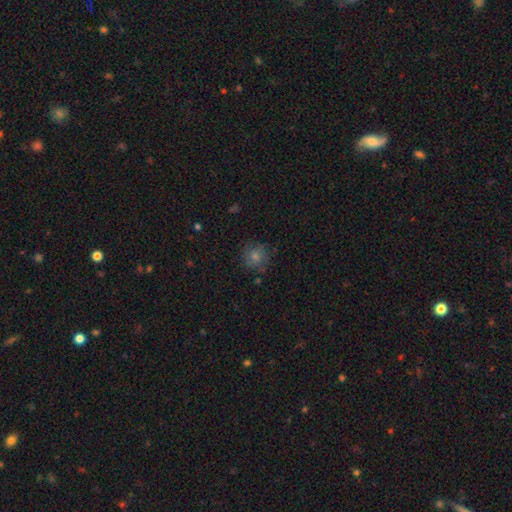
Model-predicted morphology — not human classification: type=smooth (62%); roundness=round (91%); merging=none (82%).